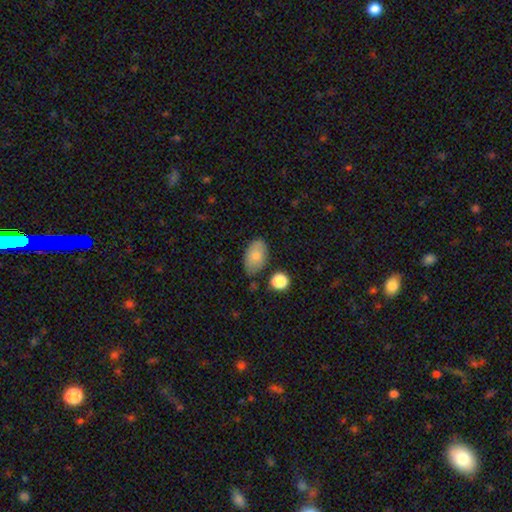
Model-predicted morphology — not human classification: Smooth or featured: smooth — 80% (featured or disk — 13%)
How rounded: in between — 92% (round — 6%)
Merging: none — 72% (minor disturbance — 20%)